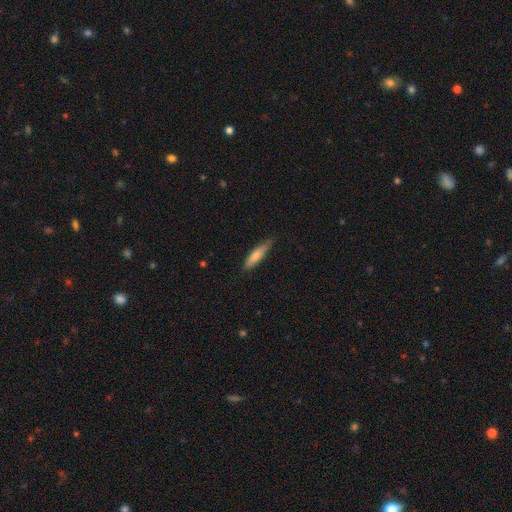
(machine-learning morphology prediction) Smooth or featured?
  - smooth: 73% *
  - featured or disk: 21%
  - star or artifact: 6%
How rounded?
  - cigar-shaped: 75% *
  - in between: 23%
  - round: 2%
Merging?
  - none: 75% *
  - minor disturbance: 21%
  - major disturbance: 3%
  - merger: 1%